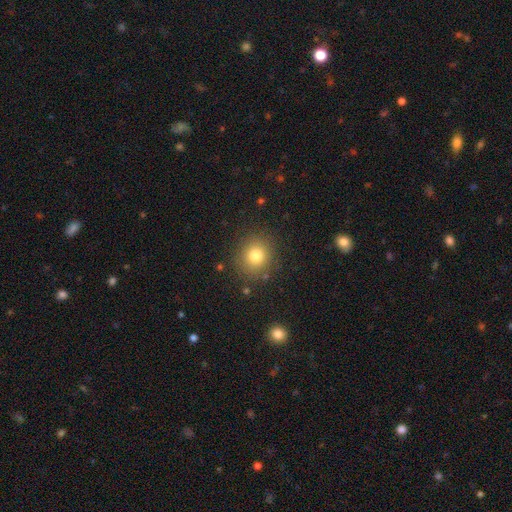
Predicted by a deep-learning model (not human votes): Smooth or featured? smooth (79%)
How rounded? round (84%)
Merging? none (86%)